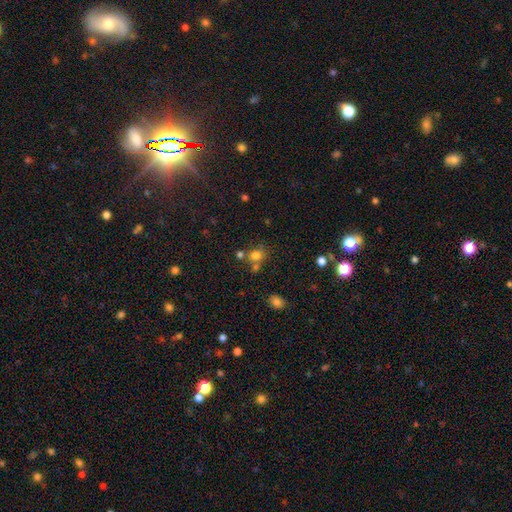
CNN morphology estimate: A smooth galaxy with no disk features (74%) that is round (74%).

Vote fractions:
- Smooth or featured? smooth: 74% / star or artifact: 17% / featured or disk: 9%
- How rounded? round: 74% / in between: 25% / cigar-shaped: 1%
- Merging? none: 56% / merger: 27% / minor disturbance: 12% / major disturbance: 5%